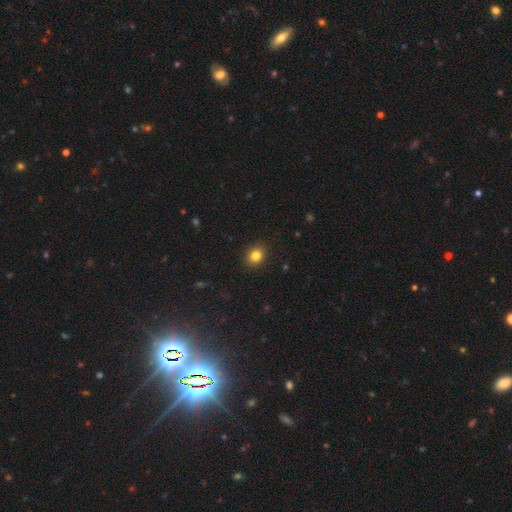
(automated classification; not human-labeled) smooth 83%, star or artifact 11%, featured or disk 6%. Down the decision tree: how rounded — round (53%); merging — none (89%).